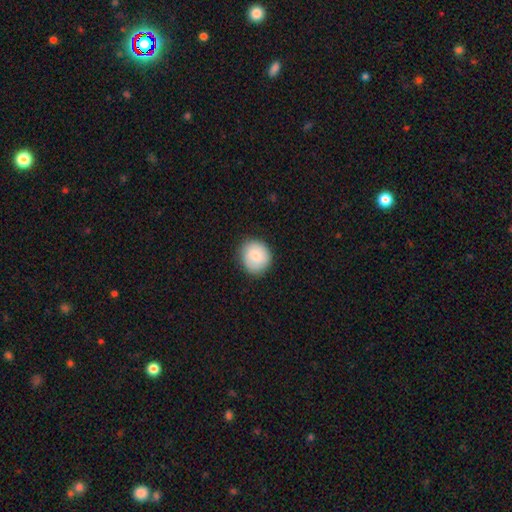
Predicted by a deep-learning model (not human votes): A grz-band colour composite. It shows a smooth galaxy with no disk features (84%) that is round (83%). Merging: none (86%).